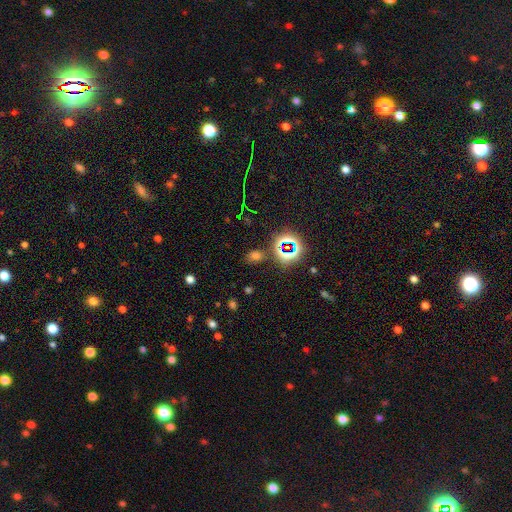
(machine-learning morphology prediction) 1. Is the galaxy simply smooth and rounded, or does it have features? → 54% smooth, 39% star or artifact, 7% featured or disk.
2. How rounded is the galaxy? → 62% in between, 36% round, 2% cigar-shaped.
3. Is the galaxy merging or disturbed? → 77% none, 12% minor disturbance, 6% merger, 5% major disturbance.